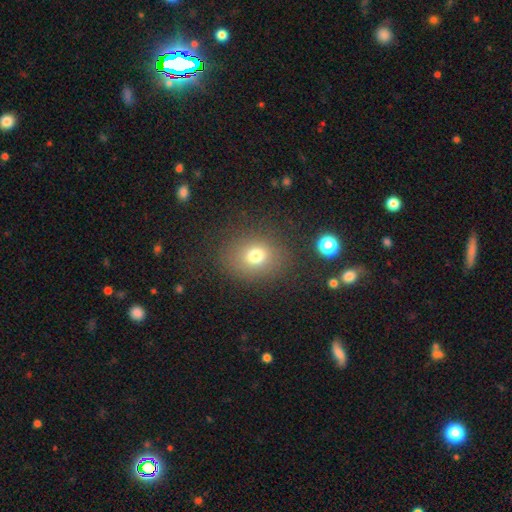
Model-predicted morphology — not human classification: A smooth galaxy with no disk features (74%) that is round (64%).

Vote fractions:
- Smooth or featured? smooth: 74% / star or artifact: 16% / featured or disk: 10%
- How rounded? round: 64% / in between: 35% / cigar-shaped: 1%
- Merging? none: 83% / minor disturbance: 10% / major disturbance: 5% / merger: 2%